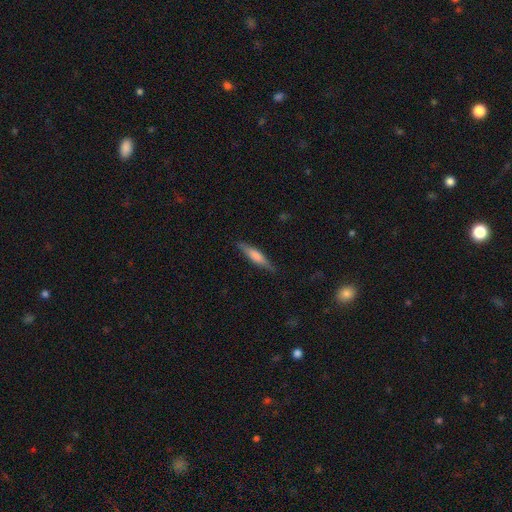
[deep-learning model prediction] smooth_or_featured: smooth (p=0.48) [alt: featured or disk p=0.45]
merging: none (p=0.86) [alt: minor disturbance p=0.11]